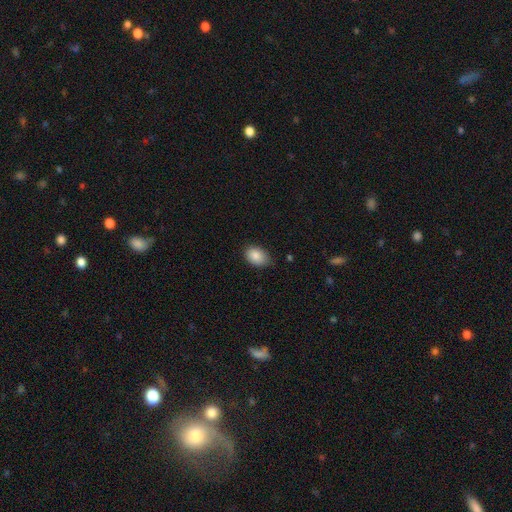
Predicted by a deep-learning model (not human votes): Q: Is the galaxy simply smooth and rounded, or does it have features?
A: smooth — 87%.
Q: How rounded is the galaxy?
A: in between — 81%.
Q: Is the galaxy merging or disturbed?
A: none — 74%.